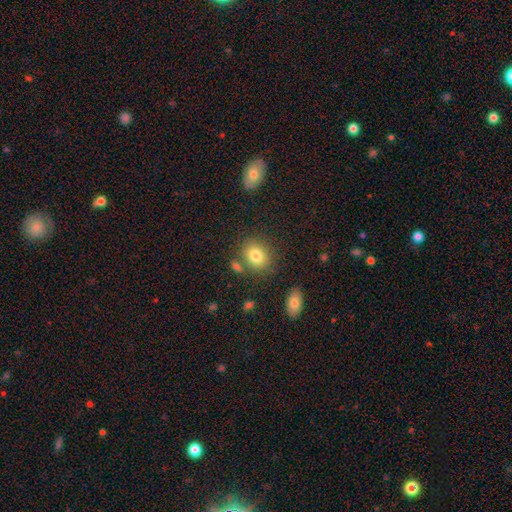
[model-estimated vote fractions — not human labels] This appears to be a smooth galaxy with no disk features (81%) that is round (52%). Merging: none (74%).